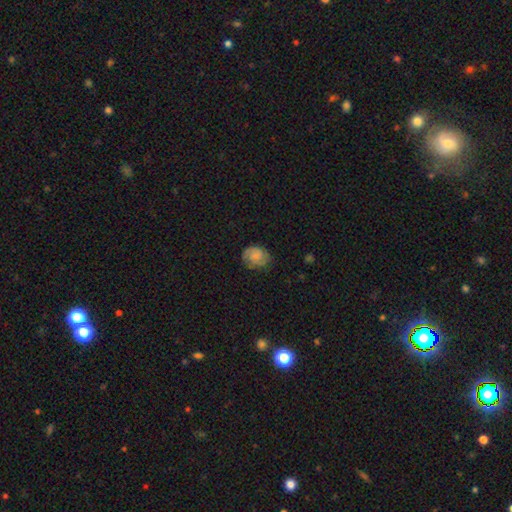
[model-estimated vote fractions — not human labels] Overall: smooth (51%; featured or disk 40%). How rounded: in between (50%; round 49%). Merging: none (68%).